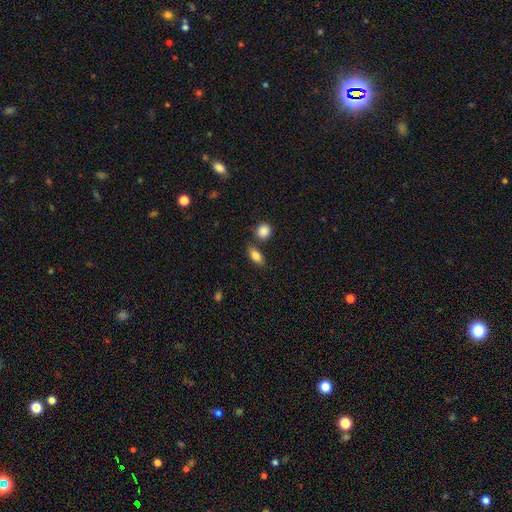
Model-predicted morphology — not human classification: type=smooth (83%); roundness=in between (83%); merging=none (72%).